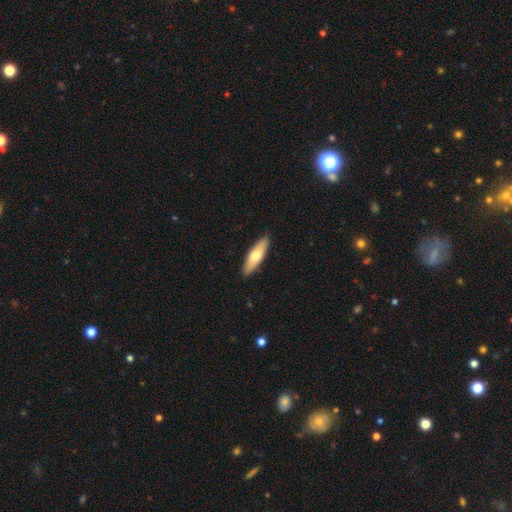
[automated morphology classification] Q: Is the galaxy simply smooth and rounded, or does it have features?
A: smooth — 62%.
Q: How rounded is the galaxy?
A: cigar-shaped — 55%.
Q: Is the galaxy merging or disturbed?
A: none — 89%.